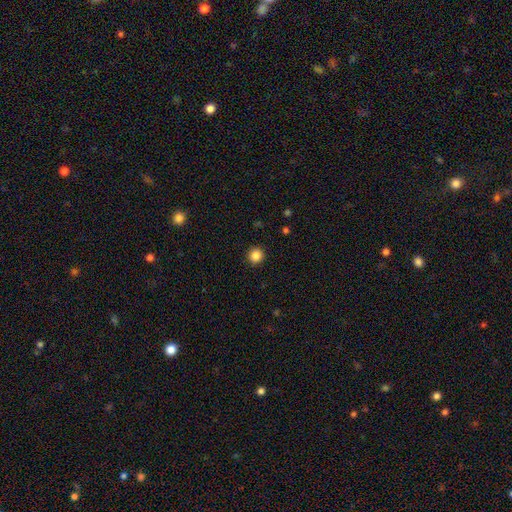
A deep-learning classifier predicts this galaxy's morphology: This appears to be a smooth galaxy with no disk features (85%) that is round (94%). Merging: none (93%).